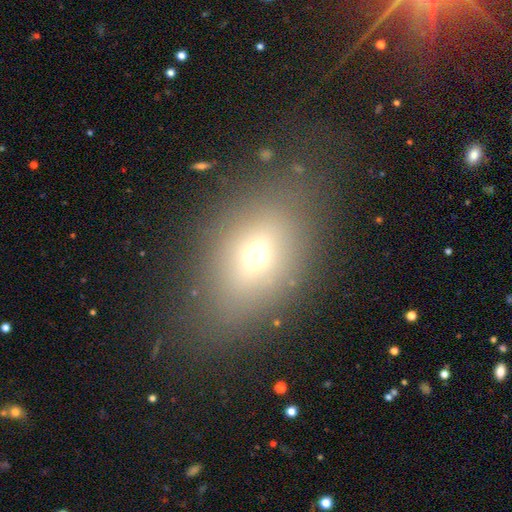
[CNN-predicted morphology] A smooth galaxy with no disk features (62%) that is in between round and cigar-shaped (74%).

Vote fractions:
- Smooth or featured? smooth: 62% / star or artifact: 20% / featured or disk: 19%
- How rounded? in between: 74% / round: 22% / cigar-shaped: 4%
- Merging? none: 74% / minor disturbance: 15% / major disturbance: 9% / merger: 3%